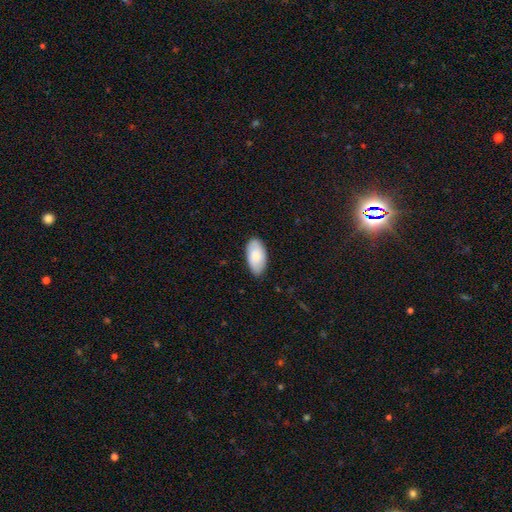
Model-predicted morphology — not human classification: This appears to be a smooth galaxy with no disk features (80%) that is in between round and cigar-shaped (95%). Merging: none (83%).